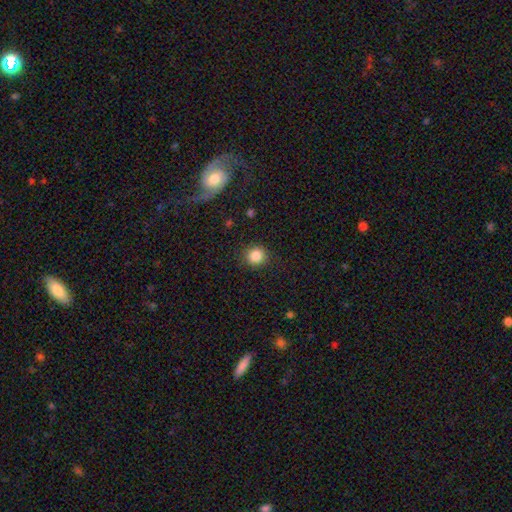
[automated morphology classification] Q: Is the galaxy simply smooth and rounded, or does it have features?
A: smooth — 86%.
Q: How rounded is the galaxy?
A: round — 90%.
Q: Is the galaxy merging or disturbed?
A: none — 89%.